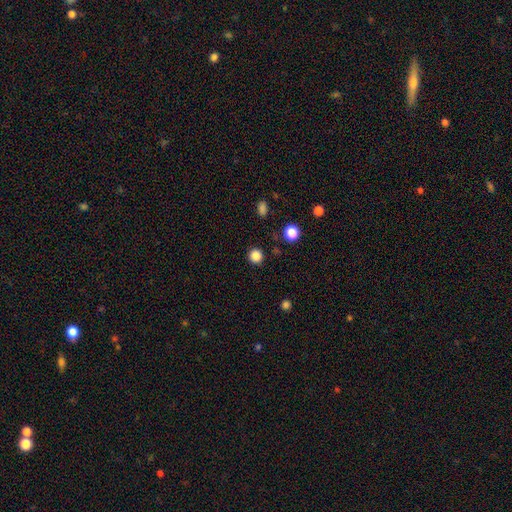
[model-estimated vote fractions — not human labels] A smooth galaxy with no disk features (85%) that is round (94%). Merging: none (90%).